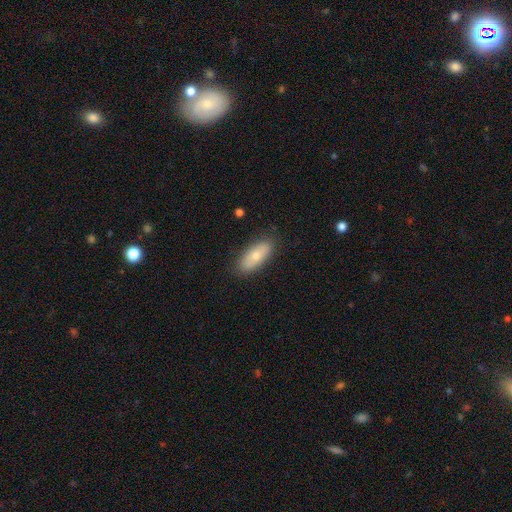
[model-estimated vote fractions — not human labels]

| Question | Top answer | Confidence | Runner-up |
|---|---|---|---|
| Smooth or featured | smooth | 69% | featured or disk (24%) |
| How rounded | in between | 82% | cigar-shaped (16%) |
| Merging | none | 86% | minor disturbance (11%) |